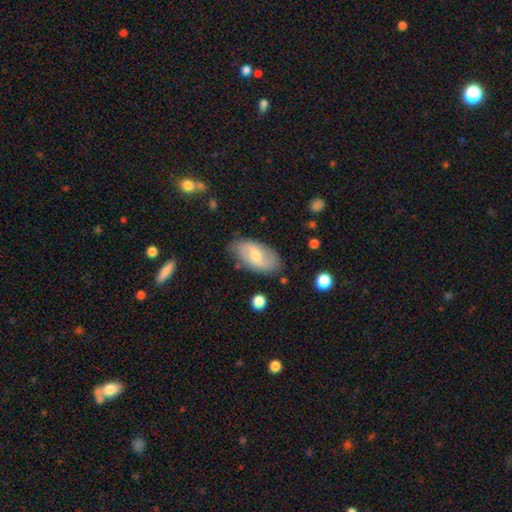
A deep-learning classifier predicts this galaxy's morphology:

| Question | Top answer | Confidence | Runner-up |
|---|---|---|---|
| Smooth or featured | featured or disk | 49% | smooth (45%) |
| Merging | none | 78% | minor disturbance (16%) |